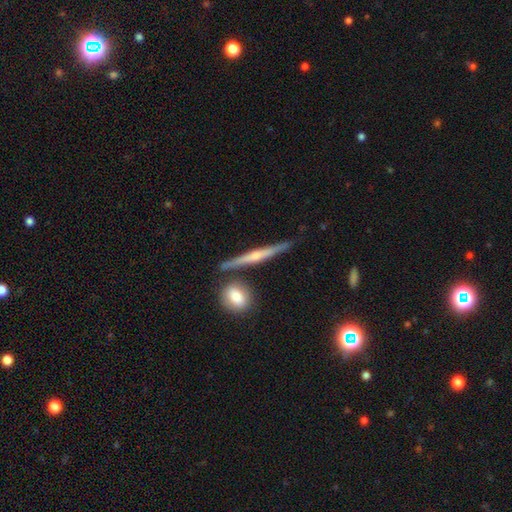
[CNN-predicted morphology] Smooth or featured?
  - featured or disk: 71% *
  - smooth: 20%
  - star or artifact: 9%
Edge-on disk?
  - yes: 97% *
  - no: 3%
Edge-on bulge?
  - rounded: 69% *
  - none: 22%
  - boxy: 10%
Merging?
  - none: 81% *
  - minor disturbance: 8%
  - merger: 8%
  - major disturbance: 3%